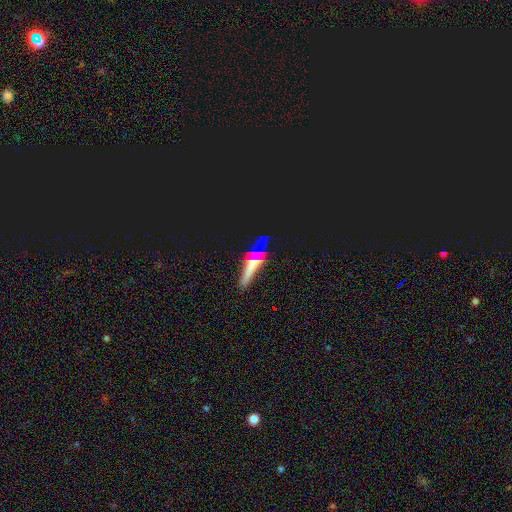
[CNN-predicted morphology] The model was most divided on "smooth or featured": star or artifact: 42%, smooth: 35%, featured or disk: 24%.